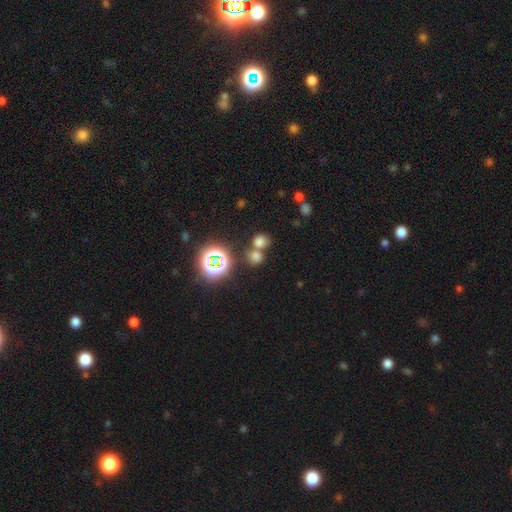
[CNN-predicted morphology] This appears to be a smooth galaxy with no disk features (66%) that is round (76%). Merging: none (53%).